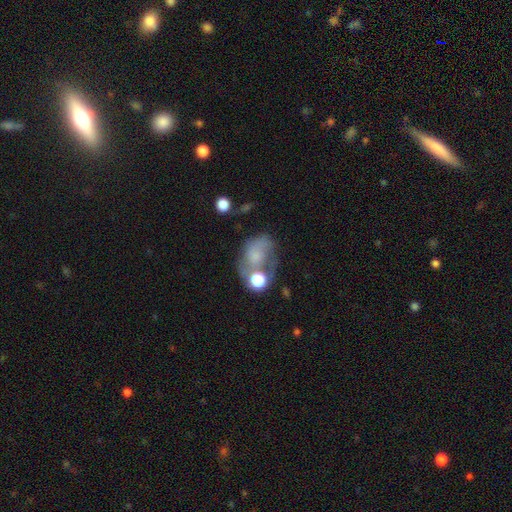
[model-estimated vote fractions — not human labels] A smooth galaxy with no disk features (48%).

Vote fractions:
- Smooth or featured? smooth: 48% / featured or disk: 37% / star or artifact: 15%
- Merging? none: 31% / major disturbance: 27% / minor disturbance: 22% / merger: 20%